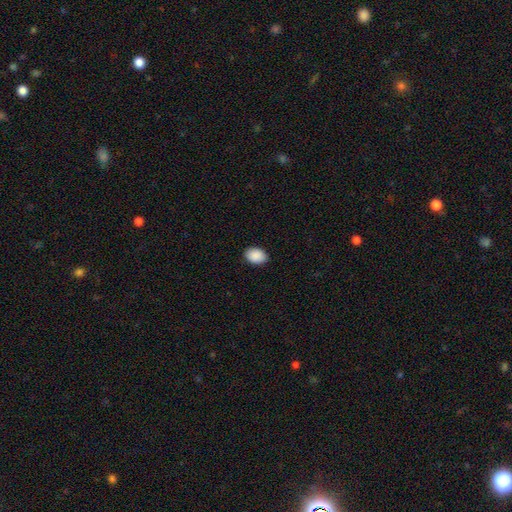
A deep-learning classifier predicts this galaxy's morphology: type=smooth (91%); roundness=in between (81%); merging=none (89%).